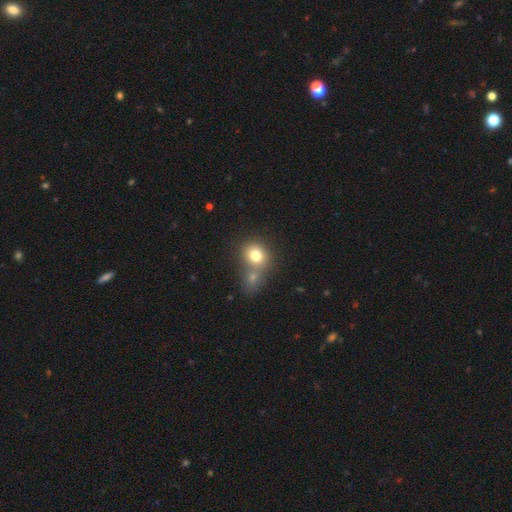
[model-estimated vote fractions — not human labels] Smooth or featured? smooth (77%)
How rounded? round (76%)
Merging? none (45%)